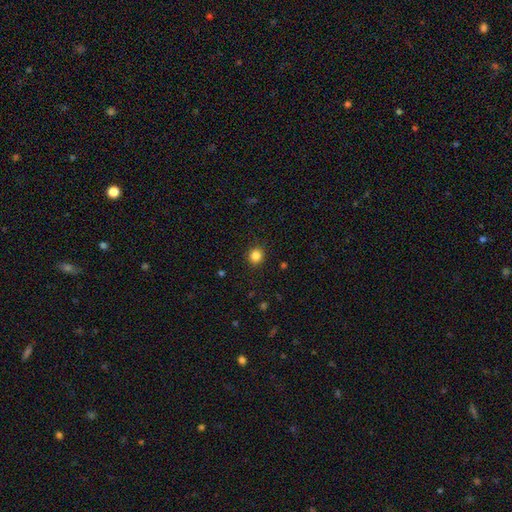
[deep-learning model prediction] Smooth or featured? Predicted: smooth (p=0.84). How rounded? Predicted: round (p=0.90). Merging? Predicted: none (p=0.91).